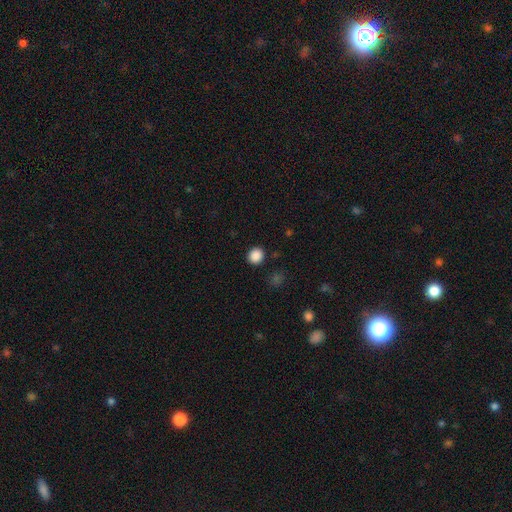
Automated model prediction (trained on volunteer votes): Overall: smooth (88%). How rounded: round (86%). Merging: none (91%).